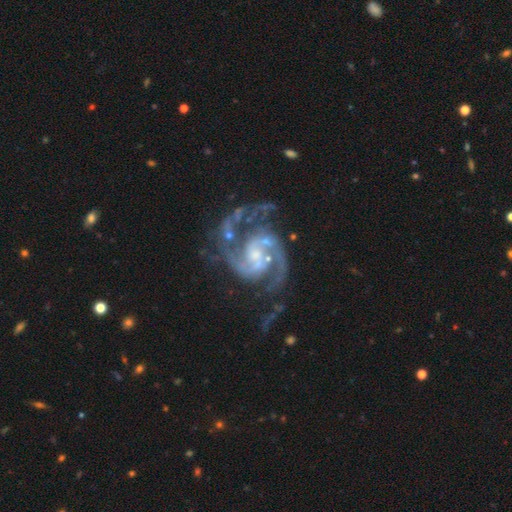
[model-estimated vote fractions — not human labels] featured or disk 93%, star or artifact 4%, smooth 2%. Down the decision tree: edge-on disk — no (98%); bar — no (44%); spiral arms — yes (98%); spiral arm count — 2 (79%); spiral winding — medium (61%); bulge size — small (49%); merging — none (59%).